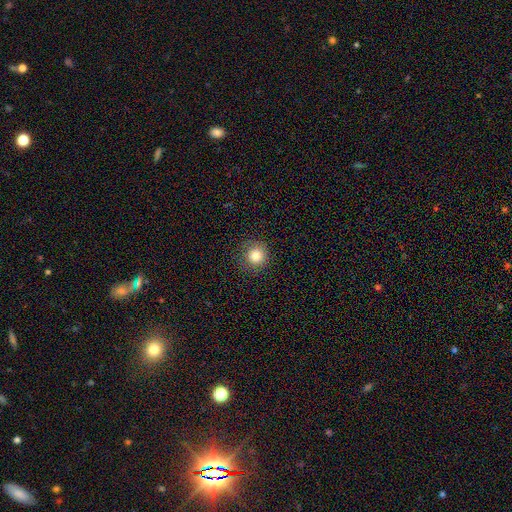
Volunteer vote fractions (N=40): Smooth or featured?
  - smooth: 85% *
  - star or artifact: 10%
  - featured or disk: 5%
How rounded?
  - round: 100% *
  - in between: 0%
  - cigar-shaped: 0%
Merging?
  - none: 89% *
  - minor disturbance: 11%
  - major disturbance: 0%
  - merger: 0%